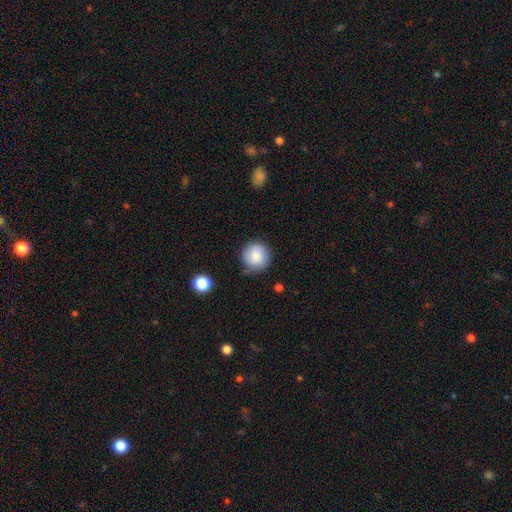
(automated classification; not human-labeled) Smooth or featured? smooth (85%)
How rounded? round (93%)
Merging? none (78%)